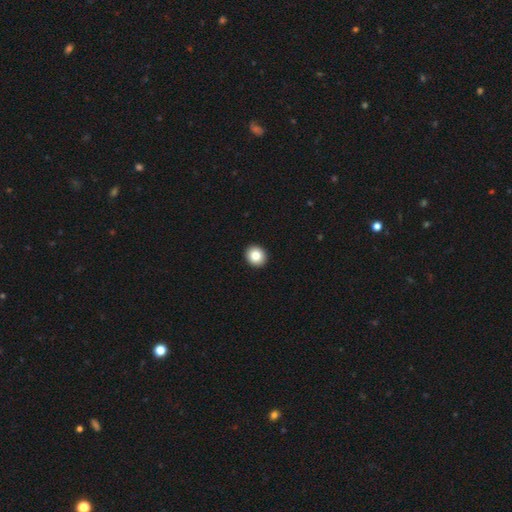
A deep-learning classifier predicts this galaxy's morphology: smooth_or_featured: smooth (p=0.84) [alt: star or artifact p=0.09]
how_rounded: round (p=0.88) [alt: in between p=0.11]
merging: none (p=0.94) [alt: minor disturbance p=0.04]